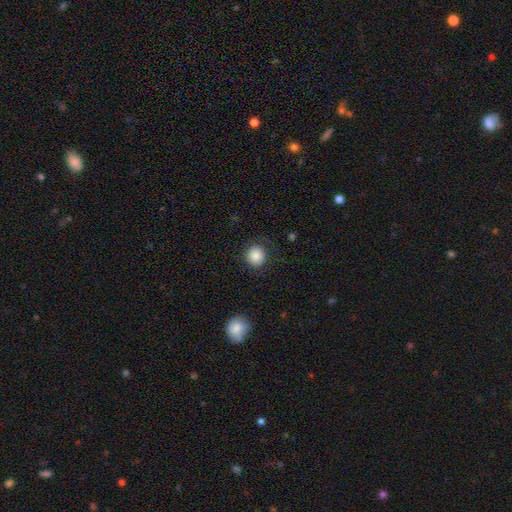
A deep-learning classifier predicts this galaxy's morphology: A smooth galaxy with no disk features (86%) that is round (90%).

Vote fractions:
- Smooth or featured? smooth: 86% / star or artifact: 9% / featured or disk: 5%
- How rounded? round: 90% / in between: 9% / cigar-shaped: 1%
- Merging? none: 83% / minor disturbance: 11% / major disturbance: 5% / merger: 1%